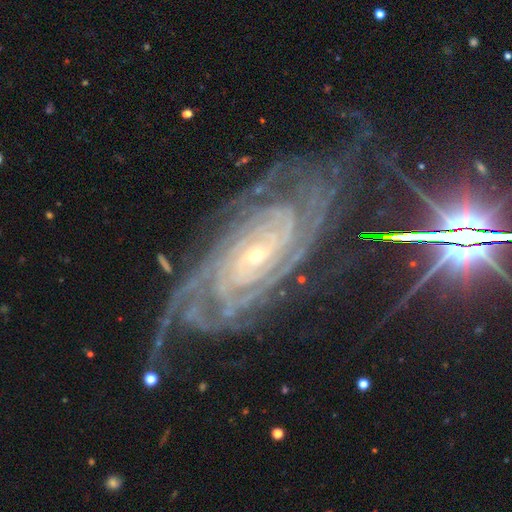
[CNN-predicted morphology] Q: Smooth or featured?
A: featured or disk (89%); runner-up: star or artifact (8%)
Q: Edge-on disk?
A: no (95%); runner-up: yes (5%)
Q: Bar?
A: no (61%); runner-up: weak (25%)
Q: Spiral arms?
A: yes (99%); runner-up: no (1%)
Q: Spiral winding?
A: tight (80%); runner-up: medium (17%)
Q: Spiral arm count?
A: 4 (23%); runner-up: more than 4 (22%)
Q: Bulge size?
A: small (78%); runner-up: moderate (19%)
Q: Merging?
A: none (69%); runner-up: minor disturbance (19%)